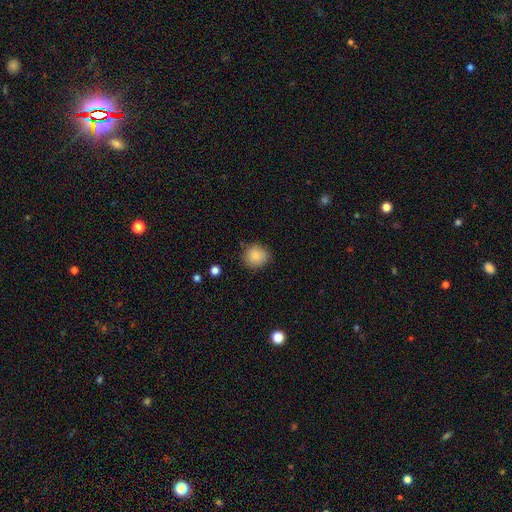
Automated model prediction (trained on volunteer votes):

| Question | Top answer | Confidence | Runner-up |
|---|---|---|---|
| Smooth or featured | smooth | 85% | star or artifact (9%) |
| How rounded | round | 86% | in between (13%) |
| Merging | none | 82% | minor disturbance (14%) |